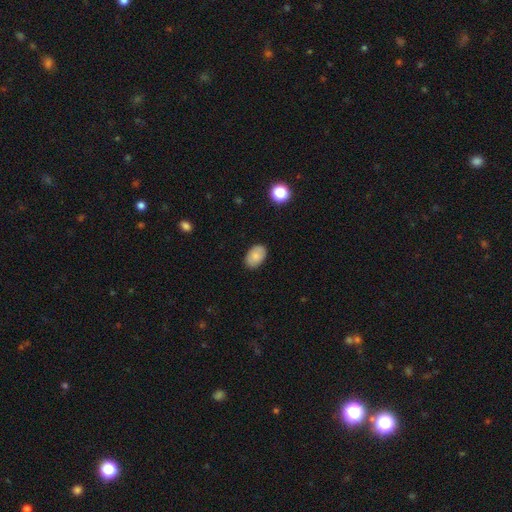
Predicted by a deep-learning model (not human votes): The model was most divided on "smooth or featured": smooth: 84%, featured or disk: 8%, star or artifact: 7%. More confident: how rounded — in between (89%); merging — none (87%).